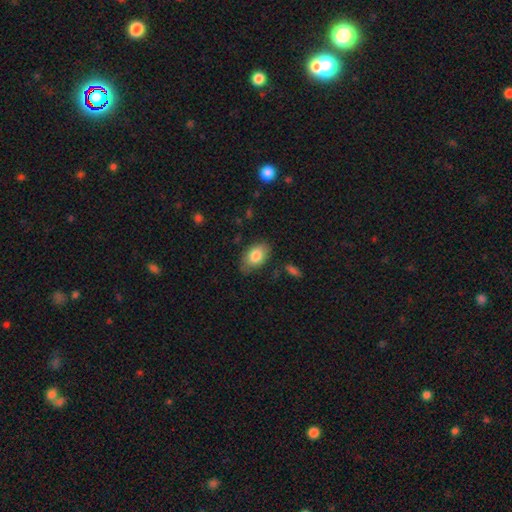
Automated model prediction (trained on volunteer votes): A smooth galaxy with no disk features (81%) that is in between round and cigar-shaped (90%). Merging: none (76%).